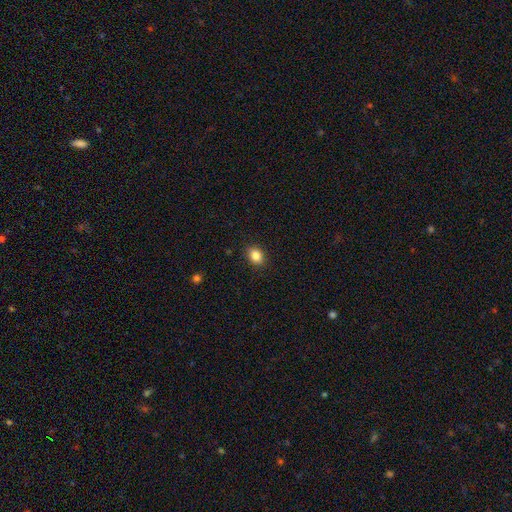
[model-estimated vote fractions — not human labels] Morphology: type=smooth (84%); roundness=in between (58%); merging=none (89%).